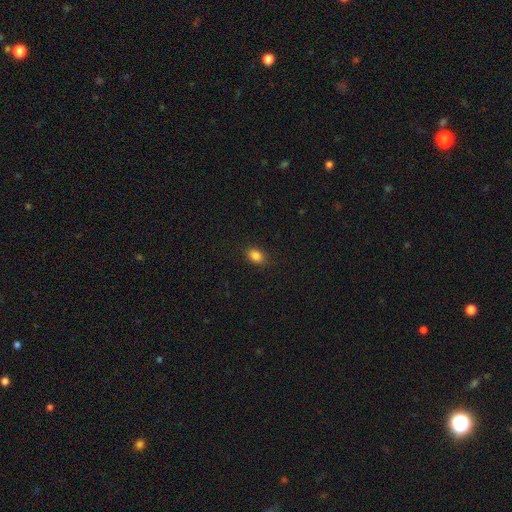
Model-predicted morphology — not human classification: Smooth or featured? smooth (85%)
How rounded? in between (77%)
Merging? none (88%)